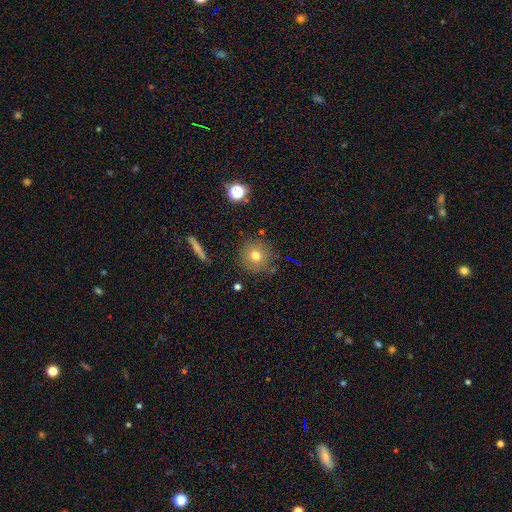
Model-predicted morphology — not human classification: This is likely a smooth galaxy (73%). How rounded: clearly round (92%). Merging: clearly none (83%).